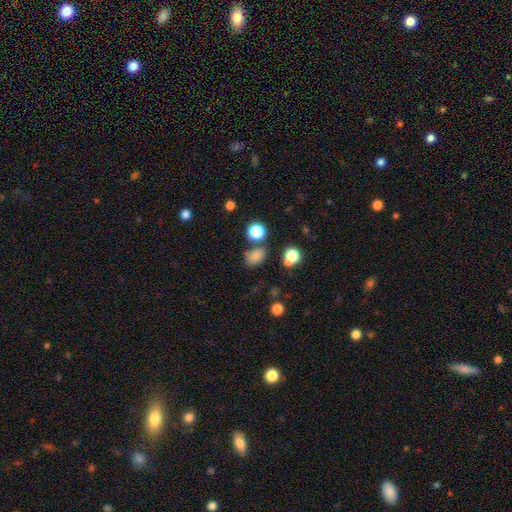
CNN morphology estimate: Q: Smooth or featured?
A: smooth (78%); runner-up: star or artifact (16%)
Q: How rounded?
A: in between (69%); runner-up: round (30%)
Q: Merging?
A: none (67%); runner-up: minor disturbance (15%)